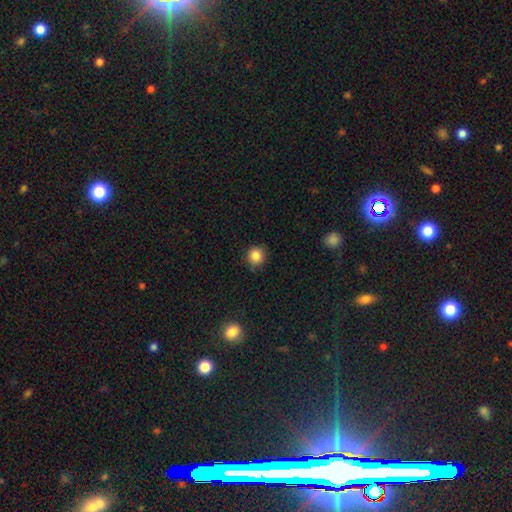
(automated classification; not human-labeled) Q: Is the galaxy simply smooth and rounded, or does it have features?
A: smooth — 85%.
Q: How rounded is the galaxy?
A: round — 92%.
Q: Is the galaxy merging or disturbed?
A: none — 88%.